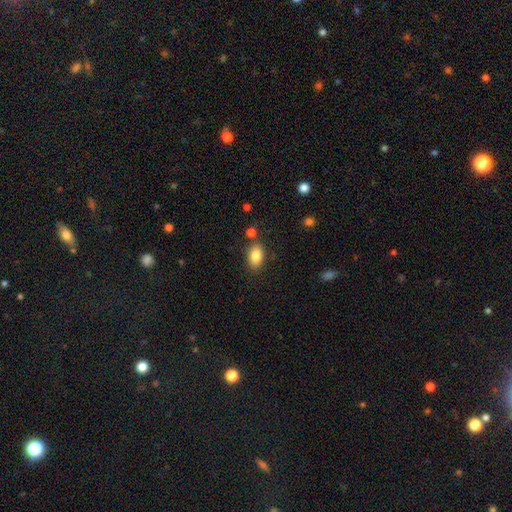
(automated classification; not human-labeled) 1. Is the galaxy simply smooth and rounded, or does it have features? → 84% smooth, 8% featured or disk, 8% star or artifact.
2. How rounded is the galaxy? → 90% in between, 8% round, 2% cigar-shaped.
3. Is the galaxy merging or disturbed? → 80% none, 12% minor disturbance, 5% merger, 3% major disturbance.